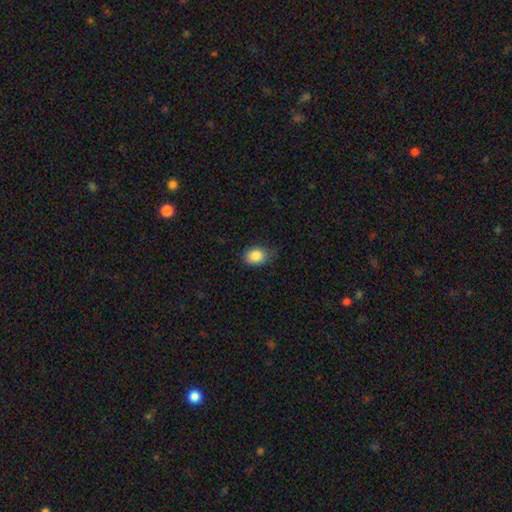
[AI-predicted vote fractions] Q: Smooth or featured?
A: smooth (85%); runner-up: star or artifact (9%)
Q: How rounded?
A: in between (66%); runner-up: round (32%)
Q: Merging?
A: none (68%); runner-up: minor disturbance (26%)